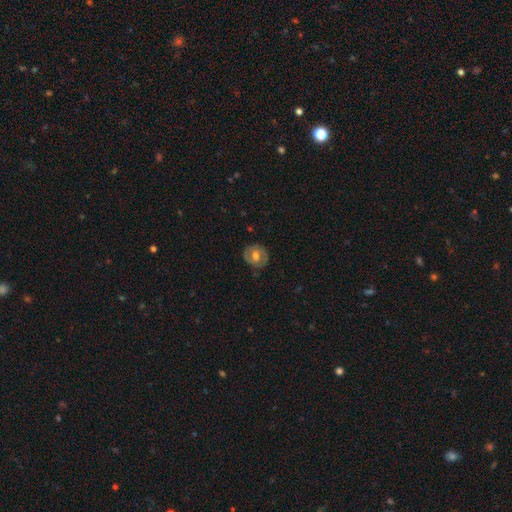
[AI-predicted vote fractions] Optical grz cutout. It shows a featured or disk galaxy (49%). Merging: none (81%).